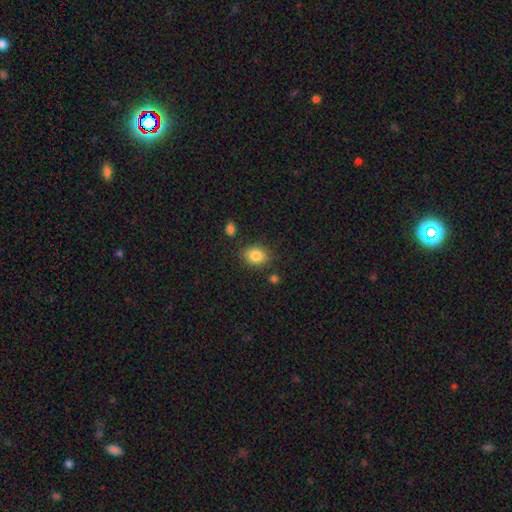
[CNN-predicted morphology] The model was most divided on "how rounded": in between: 57%, round: 42%, cigar-shaped: 1%. More confident: smooth or featured — smooth (85%); merging — none (82%).